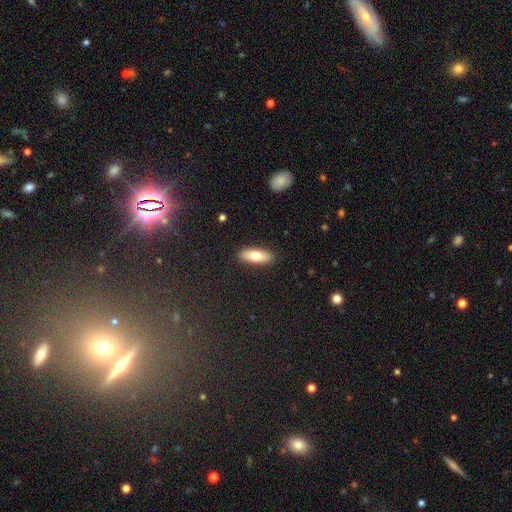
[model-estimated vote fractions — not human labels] Smooth or featured? smooth (78%)
How rounded? in between (69%)
Merging? none (89%)